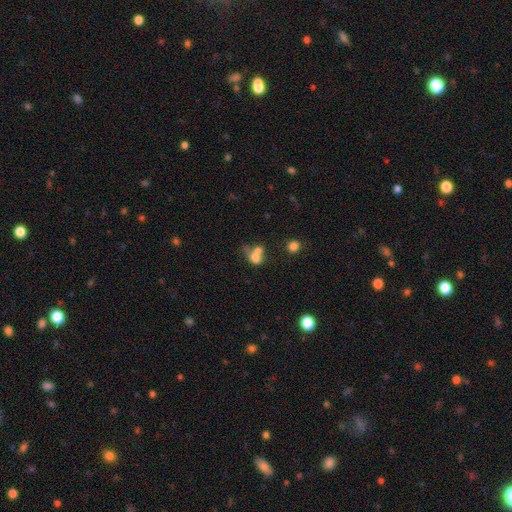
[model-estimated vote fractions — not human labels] Smooth or featured? smooth (66%)
How rounded? in between (54%)
Merging? merger (60%)